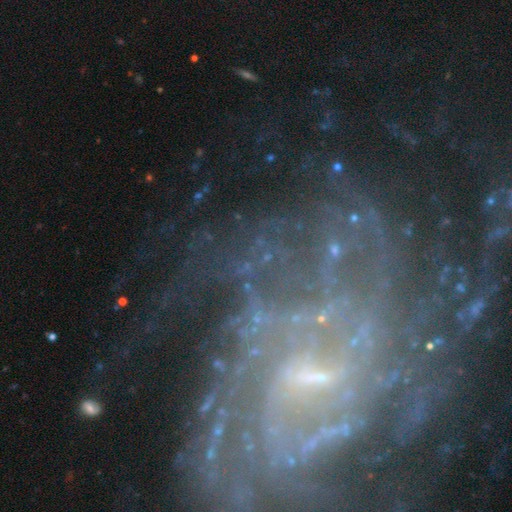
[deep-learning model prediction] Morphology: type=featured or disk (83%); edge-on=no (97%); bar=weak (47%); spiral arms=yes (91%); winding=tight (54%); arm count=can't tell (39%); bulge=small (73%); merging=none (66%).